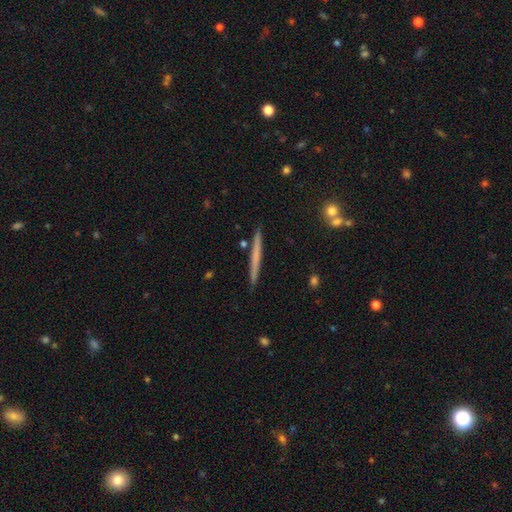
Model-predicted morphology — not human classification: This is possibly a smooth galaxy (52%). How rounded: clearly cigar-shaped (97%). Merging: clearly none (91%).